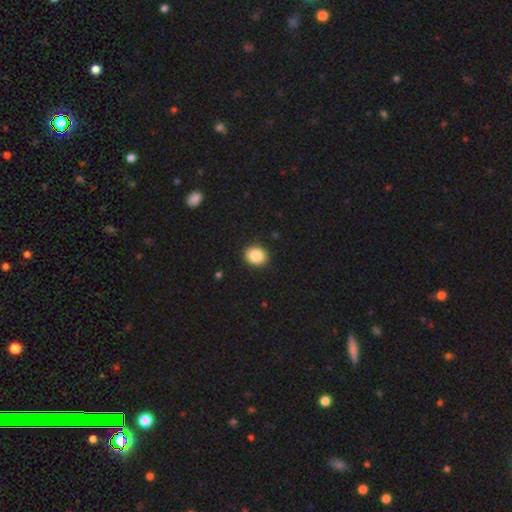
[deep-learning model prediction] This appears to be a smooth galaxy with no disk features (87%) that is round (66%). Merging: none (91%).